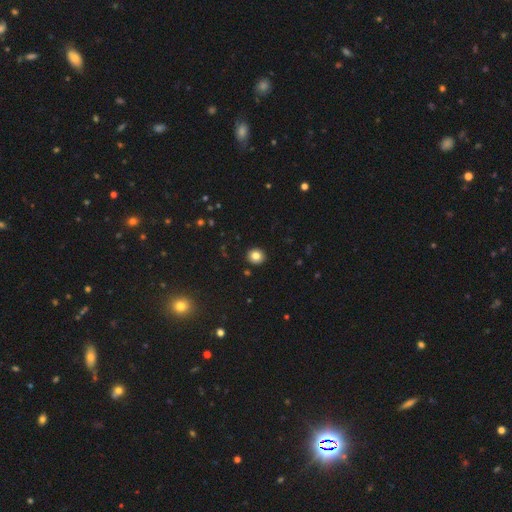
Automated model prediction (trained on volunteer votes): smooth-or-featured: smooth: 83% | star or artifact: 11% | featured or disk: 6%
  how-rounded: round: 87% | in between: 12% | cigar-shaped: 1%
  merging: none: 93% | minor disturbance: 5% | major disturbance: 1% | merger: 1%